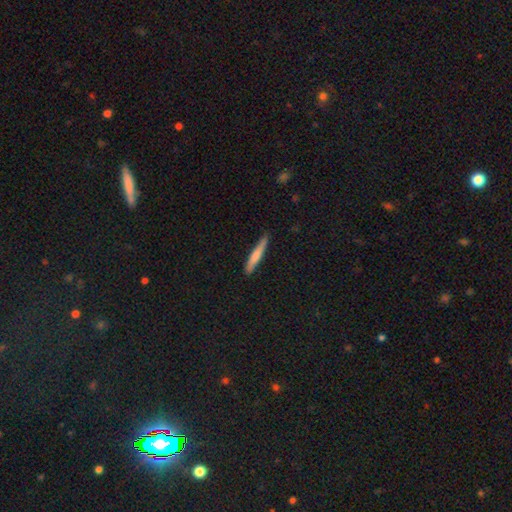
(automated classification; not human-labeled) A smooth galaxy with no disk features (70%) that is cigar-shaped (94%). Merging: none (83%).